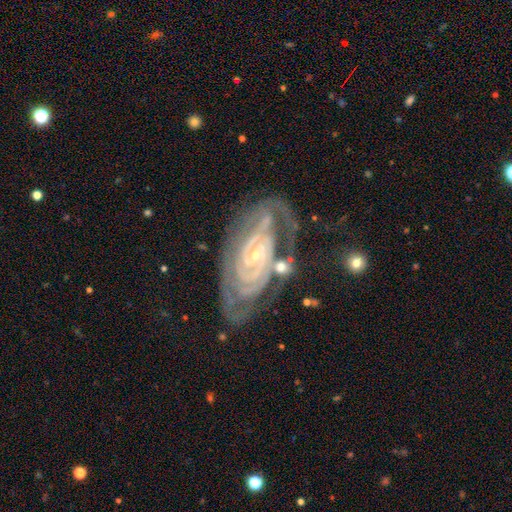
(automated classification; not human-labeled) Q: Smooth or featured?
A: featured or disk (89%); runner-up: star or artifact (6%)
Q: Edge-on disk?
A: no (95%); runner-up: yes (5%)
Q: Bar?
A: no (52%); runner-up: weak (30%)
Q: Spiral arms?
A: yes (97%); runner-up: no (3%)
Q: Spiral winding?
A: tight (76%); runner-up: medium (20%)
Q: Spiral arm count?
A: 2 (37%); runner-up: can't tell (23%)
Q: Bulge size?
A: small (85%); runner-up: moderate (10%)
Q: Merging?
A: none (63%); runner-up: minor disturbance (20%)